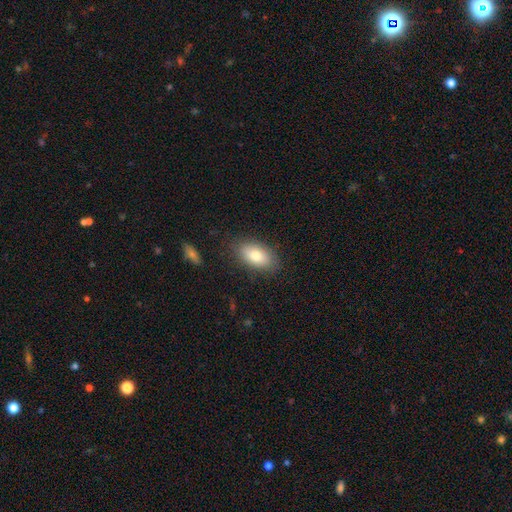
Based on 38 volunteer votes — Smooth or featured? 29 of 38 (76%) said smooth. How rounded? 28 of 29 (97%) said in between. Merging? 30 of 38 (79%) said none.